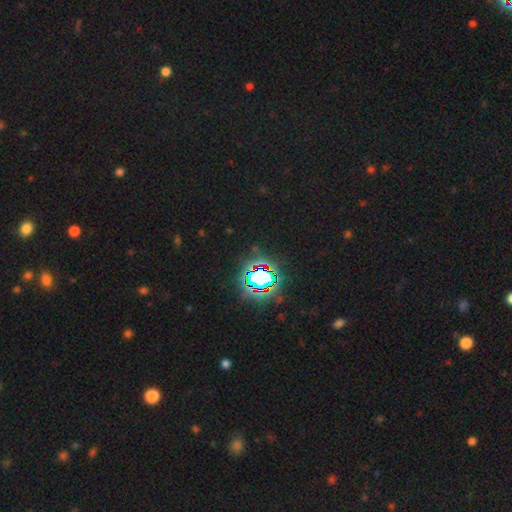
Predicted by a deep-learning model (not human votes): A star or artifact, not a galaxy (82%).